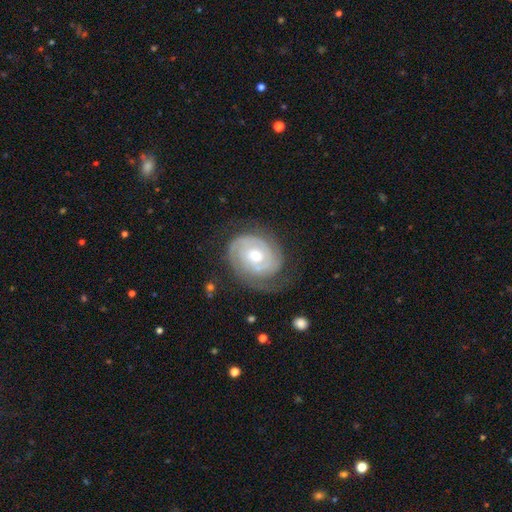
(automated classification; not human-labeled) This is clearly a featured or disk galaxy (87%). It is clearly not viewed edge-on (97%). Bar: likely no (68%). Spiral arm pattern: clearly yes (96%). Spiral arm count: possibly 2 (55%). Spiral winding: likely tight (75%). Central bulge: likely moderate (62%). Merging: likely none (68%).